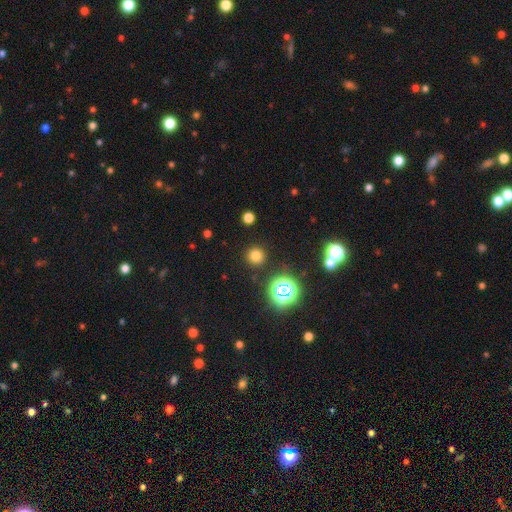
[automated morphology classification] smooth_or_featured: smooth (p=0.73) [alt: star or artifact p=0.21]
how_rounded: round (p=0.95) [alt: in between p=0.04]
merging: none (p=0.90) [alt: minor disturbance p=0.06]